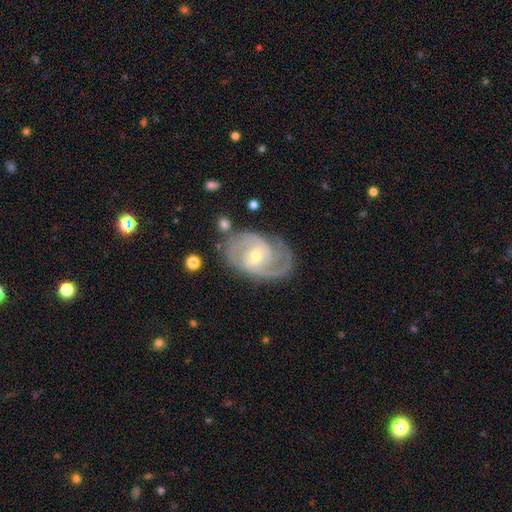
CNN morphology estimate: smooth_or_featured: featured or disk (p=0.90) [alt: smooth p=0.05]
disk_edge_on: no (p=0.97) [alt: yes p=0.03]
bar: weak (p=0.46) [alt: no p=0.40]
has_spiral_arms: yes (p=0.97) [alt: no p=0.03]
spiral_winding: tight (p=0.52) [alt: medium p=0.41]
spiral_arm_count: 2 (p=0.58) [alt: 3 p=0.22]
bulge_size: small (p=0.49) [alt: moderate p=0.48]
merging: none (p=0.74) [alt: minor disturbance p=0.17]